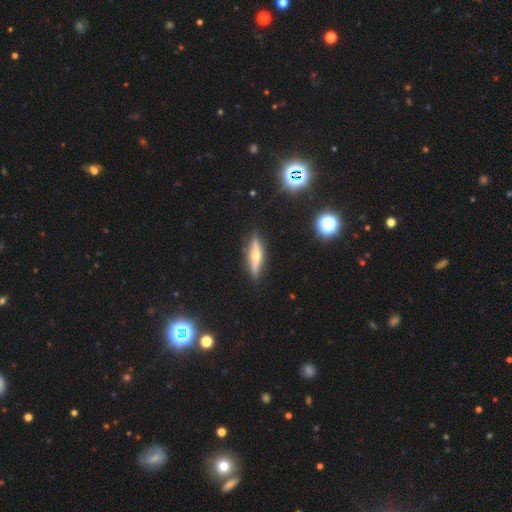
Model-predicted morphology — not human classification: Smooth or featured: featured or disk — 60% (smooth — 31%)
Edge-on disk: yes — 92% (no — 8%)
Edge-on bulge: rounded — 90% (none — 5%)
Merging: none — 87% (minor disturbance — 9%)